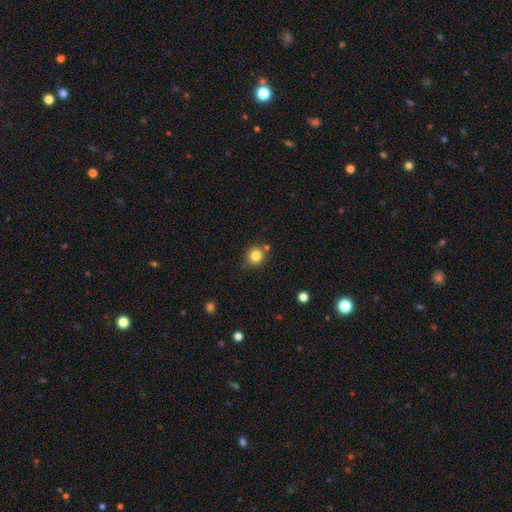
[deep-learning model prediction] This appears to be a smooth galaxy with no disk features (82%) that is round (91%). Merging: none (78%).